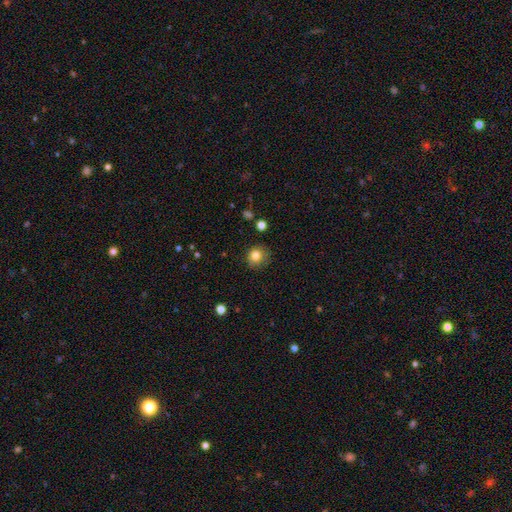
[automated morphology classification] smooth-or-featured: smooth: 82% | star or artifact: 11% | featured or disk: 7%
  how-rounded: round: 87% | in between: 12% | cigar-shaped: 1%
  merging: none: 80% | minor disturbance: 15% | major disturbance: 3% | merger: 2%